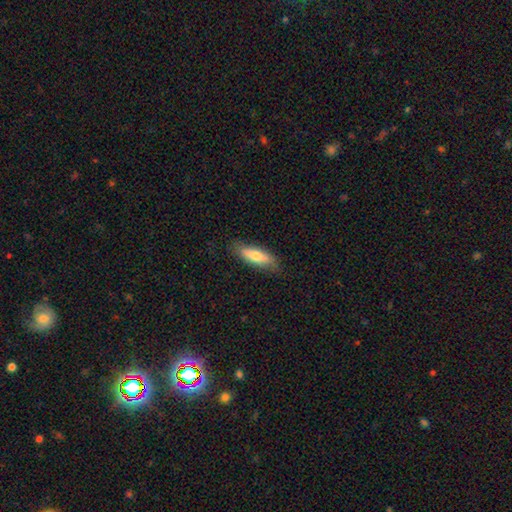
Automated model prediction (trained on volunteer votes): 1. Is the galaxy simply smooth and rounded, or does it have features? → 70% smooth, 24% featured or disk, 6% star or artifact.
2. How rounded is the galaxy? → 54% in between, 44% cigar-shaped, 2% round.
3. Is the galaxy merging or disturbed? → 81% none, 15% minor disturbance, 3% major disturbance, 1% merger.